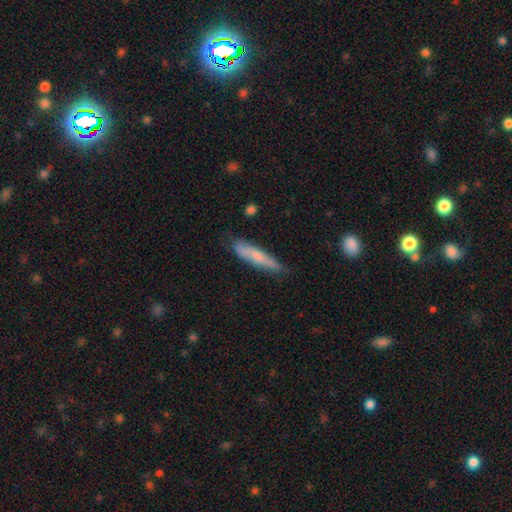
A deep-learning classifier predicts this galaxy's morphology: A smooth galaxy with no disk features (62%) that is cigar-shaped (86%). Merging: none (72%).